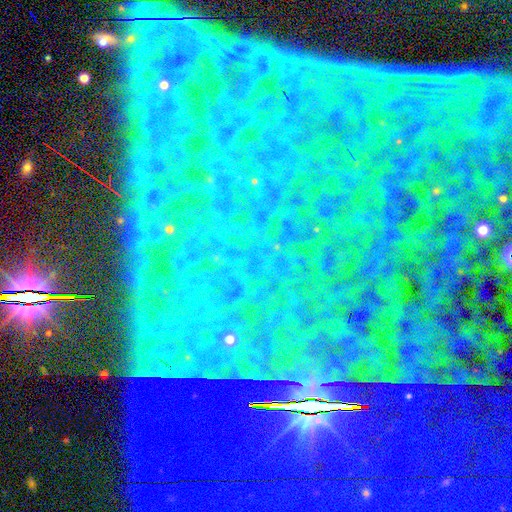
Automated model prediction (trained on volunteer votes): A star or artifact, not a galaxy (86%).

Vote fractions:
- Smooth or featured? star or artifact: 86% / featured or disk: 8% / smooth: 6%